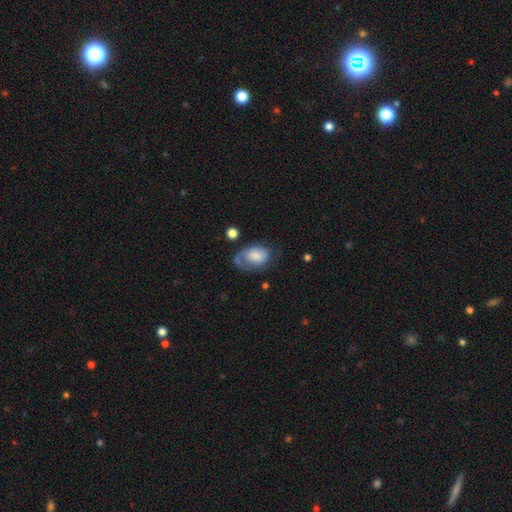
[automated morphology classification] A smooth galaxy with no disk features (57%) that is in between round and cigar-shaped (81%). Merging: none (37%).